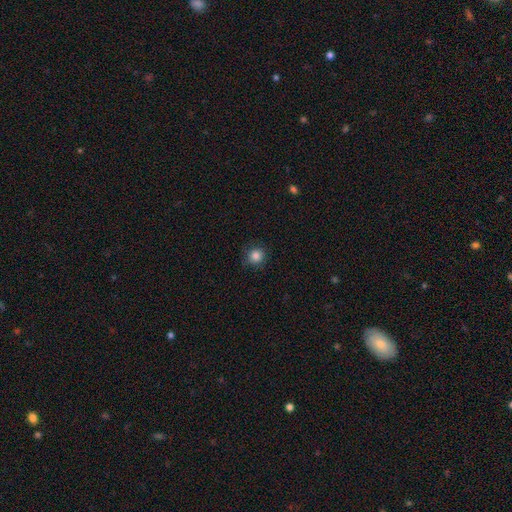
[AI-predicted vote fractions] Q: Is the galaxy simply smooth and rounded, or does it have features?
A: smooth — 85%.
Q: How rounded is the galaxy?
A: round — 91%.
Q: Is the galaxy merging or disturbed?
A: none — 85%.